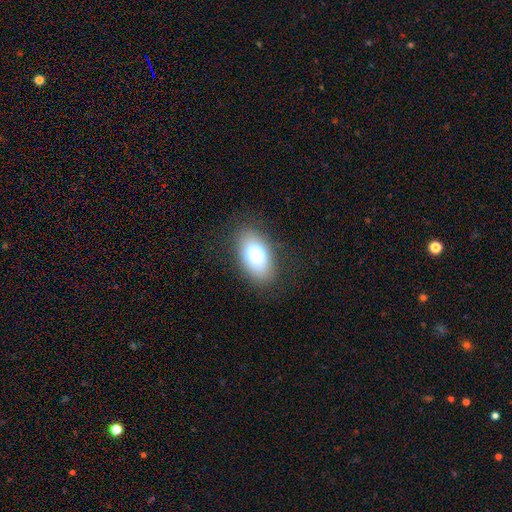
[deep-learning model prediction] Smooth or featured?
  - smooth: 75% *
  - featured or disk: 16%
  - star or artifact: 9%
How rounded?
  - in between: 92% *
  - round: 7%
  - cigar-shaped: 2%
Merging?
  - none: 83% *
  - minor disturbance: 12%
  - major disturbance: 4%
  - merger: 1%